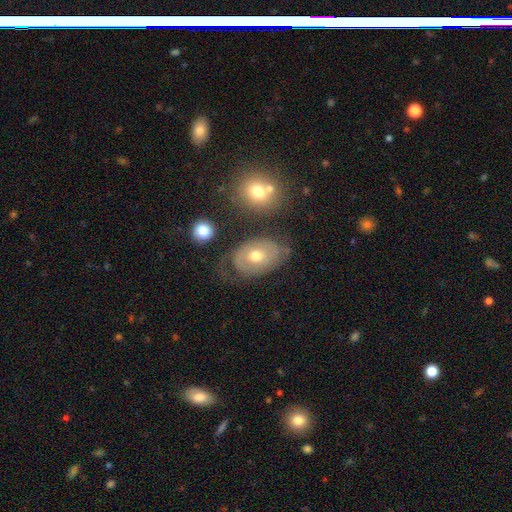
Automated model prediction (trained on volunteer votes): Overall: featured or disk (58%; smooth 34%). Edge-on disk: no (93%). Bar: no (85%). Spiral arms: yes (58%; no 42%). Bulge size: moderate (71%). Merging: none (53%; minor disturbance 26%).